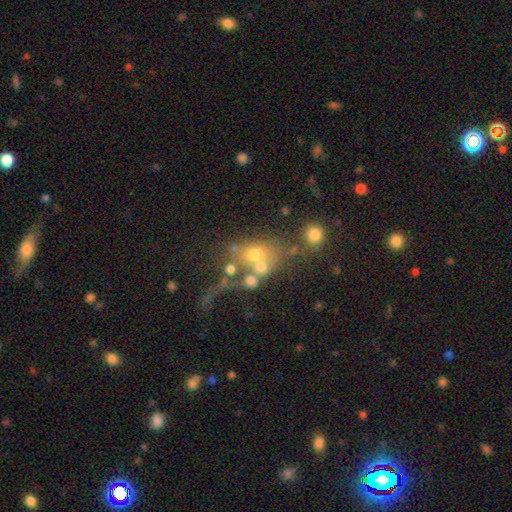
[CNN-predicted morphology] The model was most divided on "smooth or featured": smooth: 46%, featured or disk: 33%, star or artifact: 21%. Remaining: merging — merger (42%).